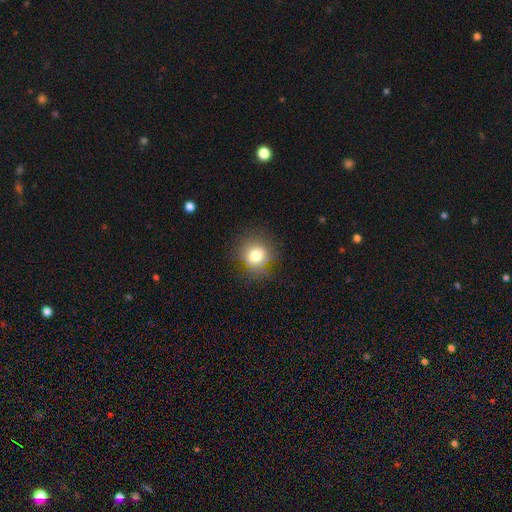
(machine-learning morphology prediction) Overall: smooth (77%). How rounded: round (84%). Merging: none (79%).